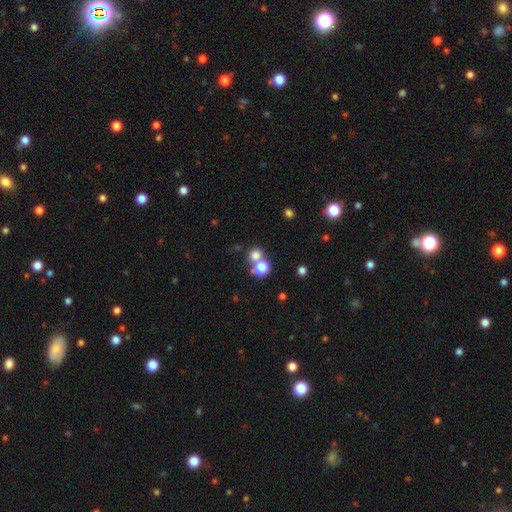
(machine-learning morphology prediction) Smooth or featured? smooth (74%)
How rounded? round (83%)
Merging? none (52%)